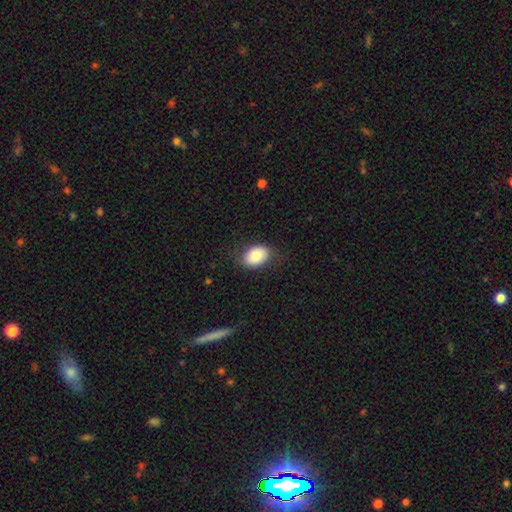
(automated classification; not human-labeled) Smooth or featured? smooth (80%)
How rounded? in between (80%)
Merging? none (79%)